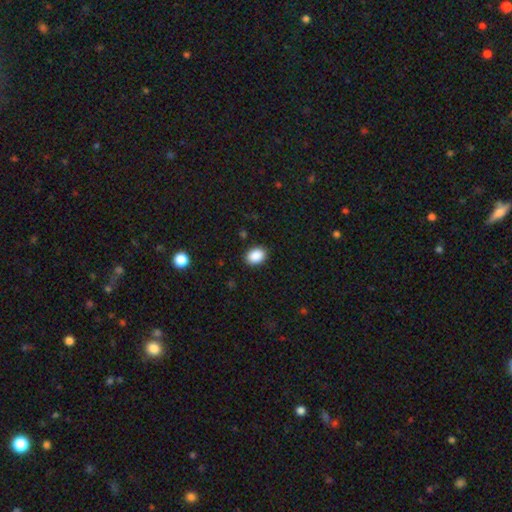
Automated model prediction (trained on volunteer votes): smooth_or_featured: smooth (p=0.89) [alt: star or artifact p=0.08]
how_rounded: in between (p=0.68) [alt: round p=0.31]
merging: none (p=0.89) [alt: minor disturbance p=0.08]